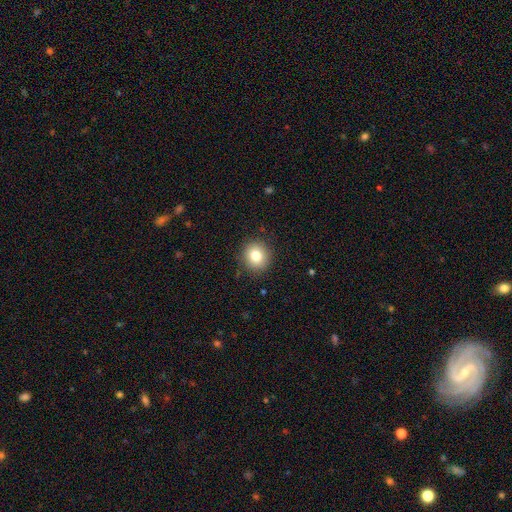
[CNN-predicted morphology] A smooth galaxy with no disk features (80%) that is round (89%). Merging: none (90%).